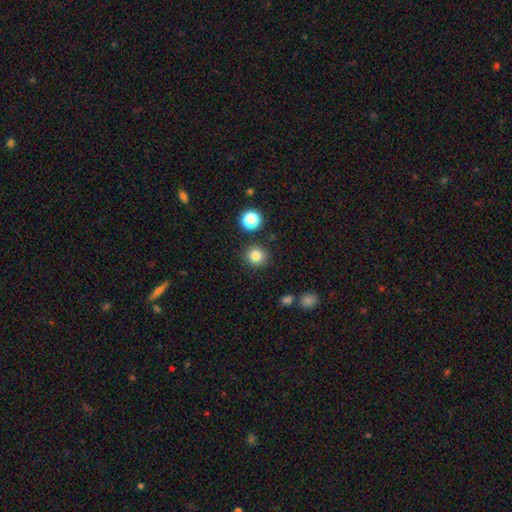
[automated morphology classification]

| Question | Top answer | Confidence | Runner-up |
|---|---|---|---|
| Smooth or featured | smooth | 82% | star or artifact (12%) |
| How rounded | round | 93% | in between (6%) |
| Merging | none | 88% | minor disturbance (6%) |